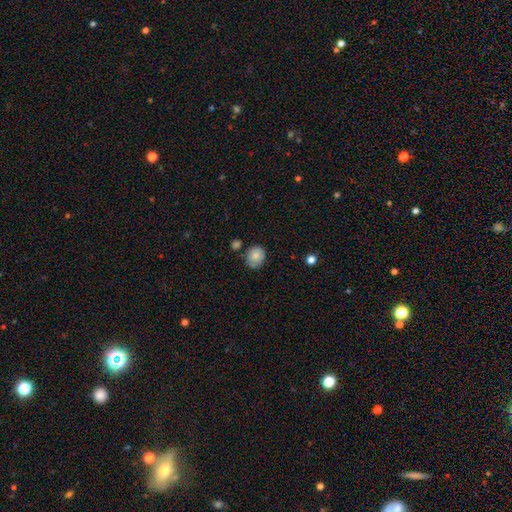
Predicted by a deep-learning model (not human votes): This appears to be a smooth galaxy with no disk features (81%) that is round (72%). Merging: none (70%).